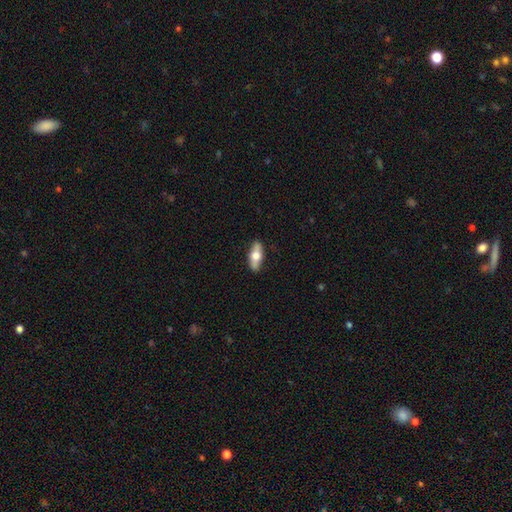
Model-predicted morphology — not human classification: This is possibly a smooth galaxy (55%). How rounded: likely in between (69%). Merging: clearly none (87%).